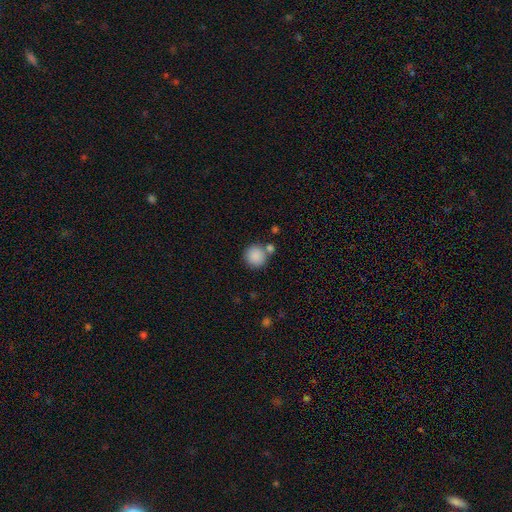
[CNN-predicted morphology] Smooth or featured: smooth — 88% (star or artifact — 8%)
How rounded: round — 92% (in between — 7%)
Merging: none — 73% (merger — 15%)